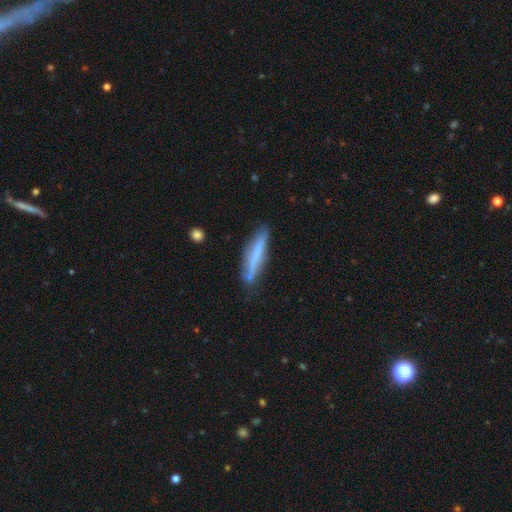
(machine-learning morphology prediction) A smooth galaxy with no disk features (64%) that is cigar-shaped (90%).

Vote fractions:
- Smooth or featured? smooth: 64% / featured or disk: 29% / star or artifact: 7%
- How rounded? cigar-shaped: 90% / in between: 9% / round: 1%
- Merging? none: 76% / minor disturbance: 17% / major disturbance: 4% / merger: 3%